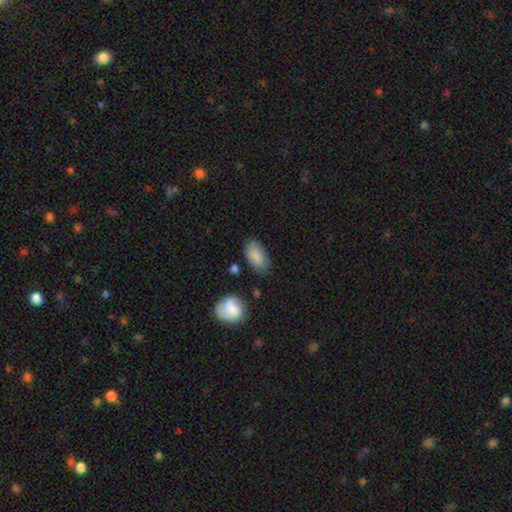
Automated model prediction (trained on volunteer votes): smooth-or-featured: smooth: 86% | featured or disk: 7% | star or artifact: 7%
  how-rounded: in between: 93% | round: 4% | cigar-shaped: 3%
  merging: none: 72% | minor disturbance: 19% | major disturbance: 5% | merger: 4%